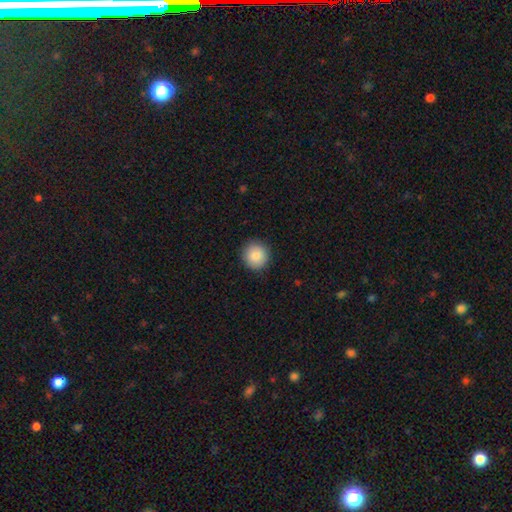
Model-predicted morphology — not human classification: Overall: smooth (87%). How rounded: round (94%). Merging: none (91%).